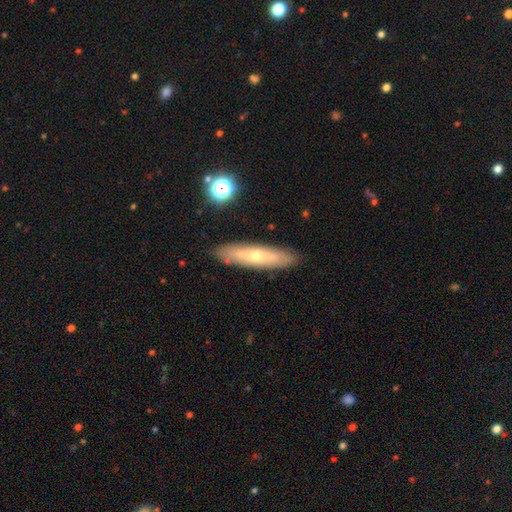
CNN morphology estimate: smooth-or-featured: featured or disk: 49% | smooth: 43% | star or artifact: 8%
  merging: none: 88% | minor disturbance: 9% | major disturbance: 2% | merger: 1%